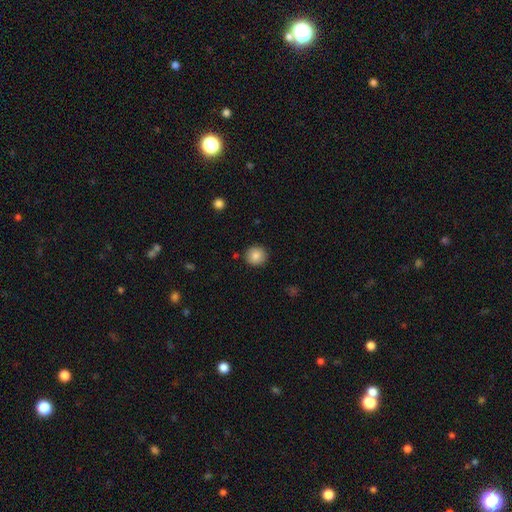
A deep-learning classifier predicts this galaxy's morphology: smooth-or-featured: smooth: 85% | star or artifact: 9% | featured or disk: 6%
  how-rounded: round: 92% | in between: 7% | cigar-shaped: 1%
  merging: none: 89% | minor disturbance: 7% | major disturbance: 2% | merger: 2%